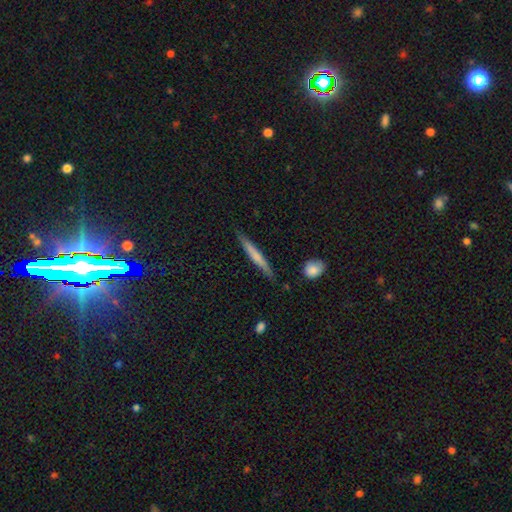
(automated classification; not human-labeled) Overall: smooth (57%; featured or disk 37%). How rounded: cigar-shaped (95%). Merging: none (85%).